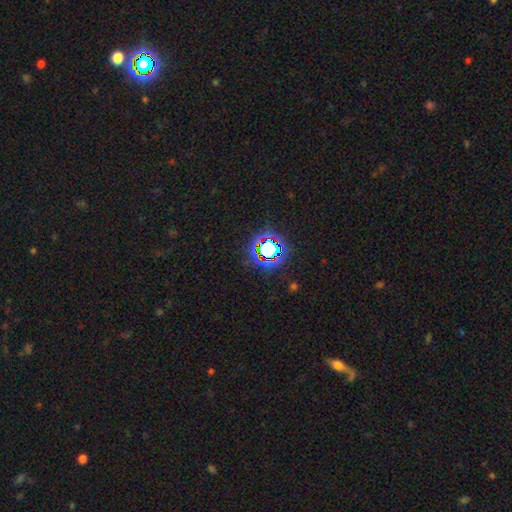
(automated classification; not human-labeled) Smooth or featured?
  - star or artifact: 76% *
  - smooth: 15%
  - featured or disk: 9%